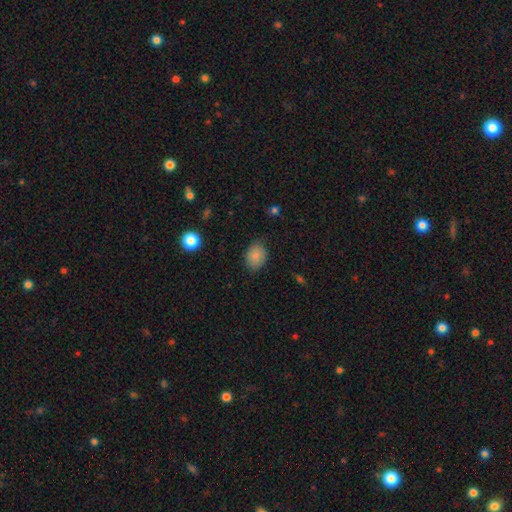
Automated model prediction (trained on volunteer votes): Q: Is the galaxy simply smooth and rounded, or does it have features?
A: smooth — 85%.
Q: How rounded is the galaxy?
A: in between — 59%.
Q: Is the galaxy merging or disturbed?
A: none — 80%.